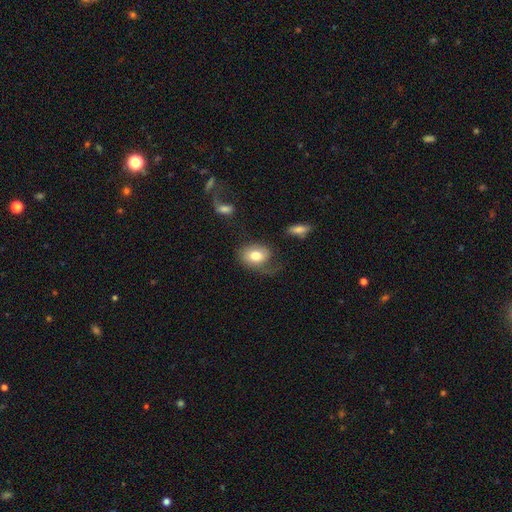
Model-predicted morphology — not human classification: This appears to be a smooth galaxy with no disk features (68%) that is in between round and cigar-shaped (66%). Merging: none (42%).